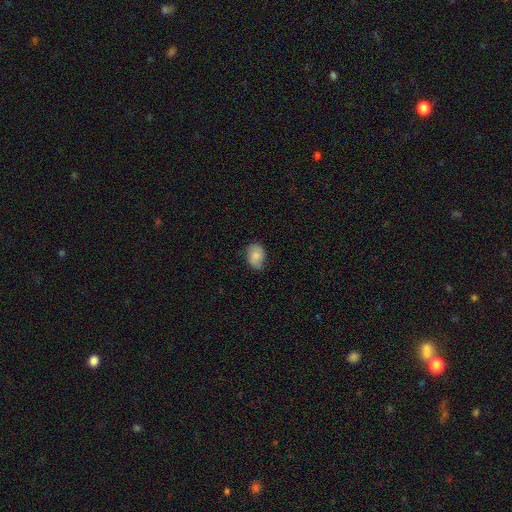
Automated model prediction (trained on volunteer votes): smooth_or_featured: smooth (p=0.81) [alt: featured or disk p=0.11]
how_rounded: in between (p=0.76) [alt: round p=0.23]
merging: none (p=0.74) [alt: minor disturbance p=0.21]